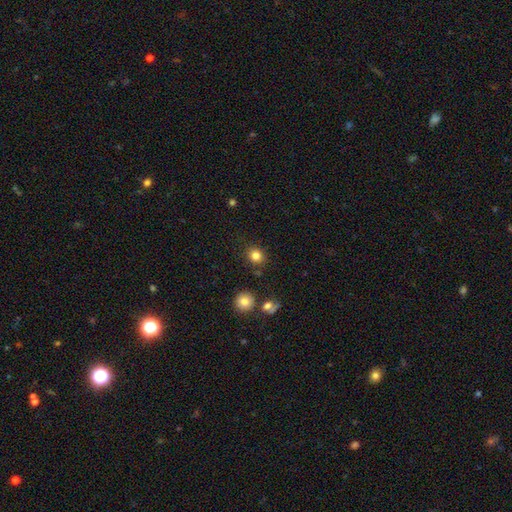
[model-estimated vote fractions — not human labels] smooth_or_featured: smooth (p=0.83) [alt: star or artifact p=0.12]
how_rounded: round (p=0.78) [alt: in between p=0.21]
merging: none (p=0.86) [alt: minor disturbance p=0.08]